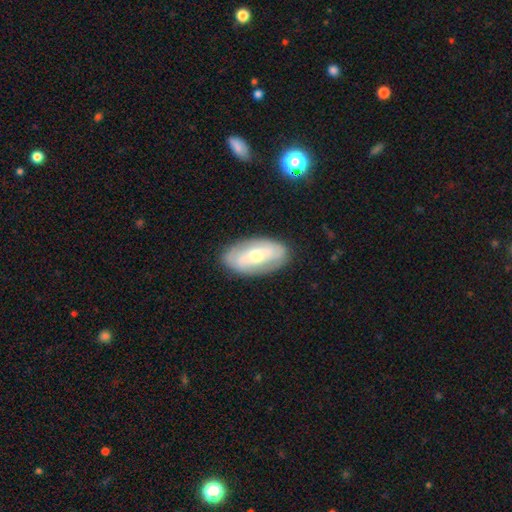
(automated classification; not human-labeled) This appears to be a featured or disk galaxy (58%) with no bar (47%), spiral arms (52%) and a moderate central bulge (58%). Merging: none (83%).